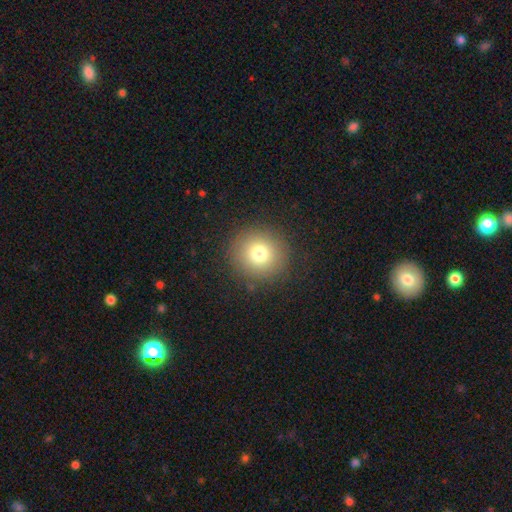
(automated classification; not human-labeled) smooth 71%, star or artifact 20%, featured or disk 8%. Down the decision tree: how rounded — round (94%); merging — none (92%).